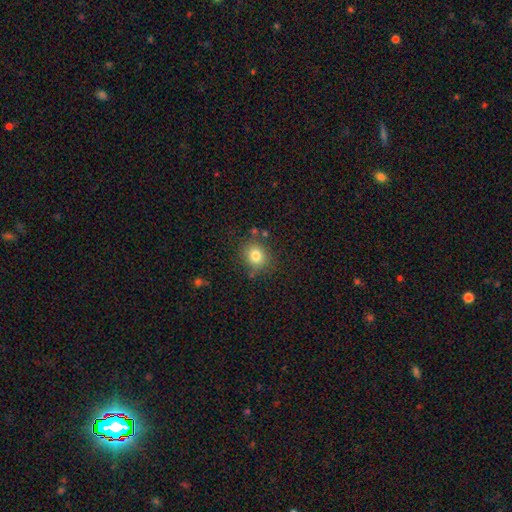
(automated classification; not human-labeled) Smooth or featured? Predicted: smooth (p=0.80). How rounded? Predicted: round (p=0.79). Merging? Predicted: none (p=0.80).